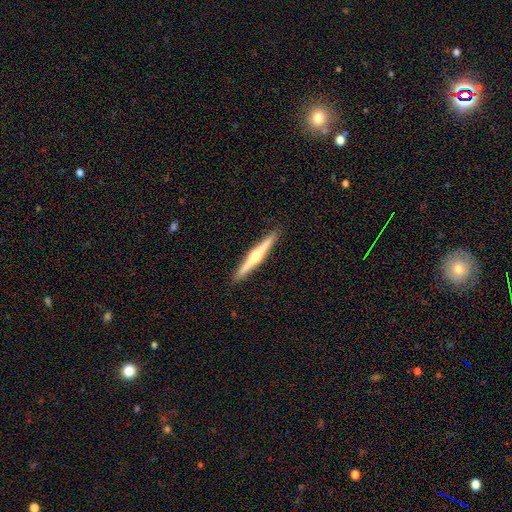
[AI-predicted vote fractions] Smooth or featured? featured or disk (75%)
Edge-on disk? yes (98%)
Edge-on bulge? rounded (93%)
Merging? none (92%)